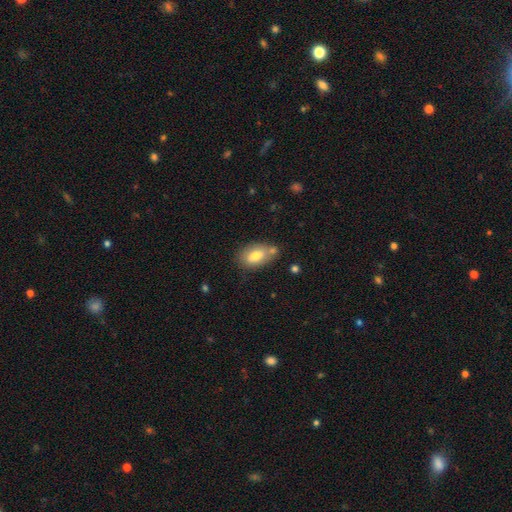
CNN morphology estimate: Smooth or featured? Predicted: smooth (p=0.76). How rounded? Predicted: in between (p=0.89). Merging? Predicted: none (p=0.60).